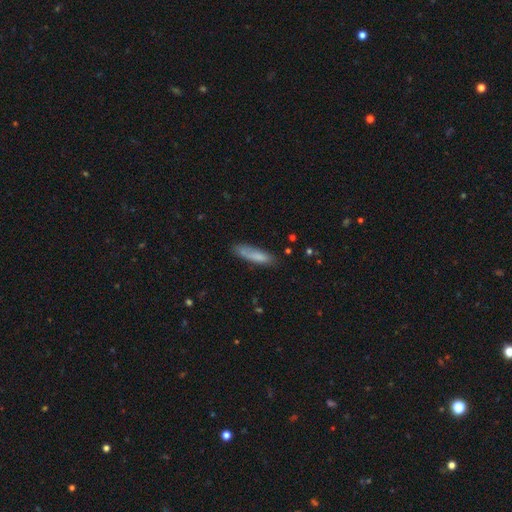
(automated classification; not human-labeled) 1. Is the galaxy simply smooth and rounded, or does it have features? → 78% smooth, 15% featured or disk, 7% star or artifact.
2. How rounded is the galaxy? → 71% cigar-shaped, 27% in between, 2% round.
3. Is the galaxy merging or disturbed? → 68% none, 22% minor disturbance, 6% major disturbance, 4% merger.